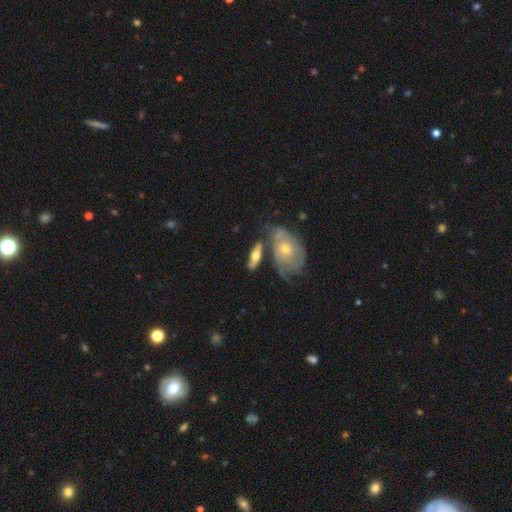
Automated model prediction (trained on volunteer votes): This is possibly a featured or disk galaxy (53%). It is possibly not viewed edge-on (56%). Merging: possibly none (51%).